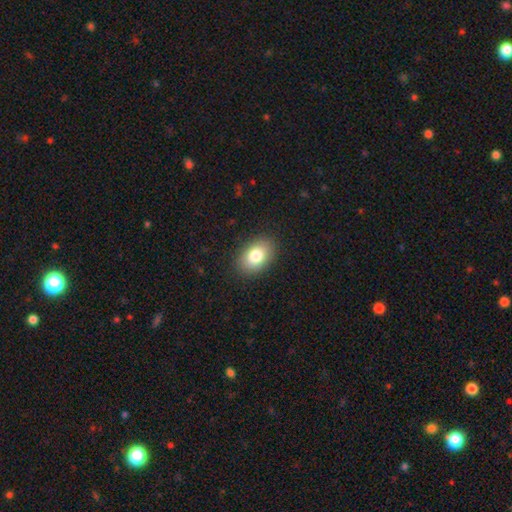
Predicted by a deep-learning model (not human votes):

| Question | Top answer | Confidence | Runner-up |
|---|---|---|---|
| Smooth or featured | smooth | 81% | featured or disk (10%) |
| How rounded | in between | 85% | round (14%) |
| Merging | none | 88% | minor disturbance (8%) |